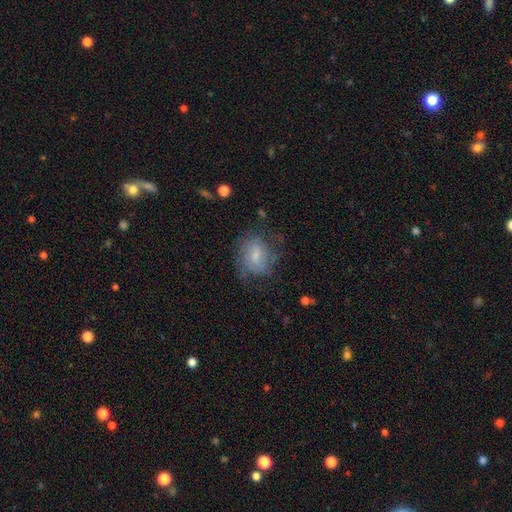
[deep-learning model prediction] A featured or disk galaxy (47%). Merging: none (55%).